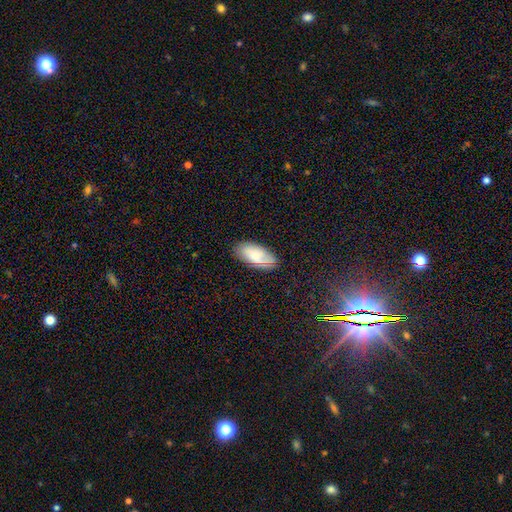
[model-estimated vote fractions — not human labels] Smooth or featured: smooth — 76% (featured or disk — 14%)
How rounded: in between — 93% (cigar-shaped — 4%)
Merging: none — 82% (minor disturbance — 14%)